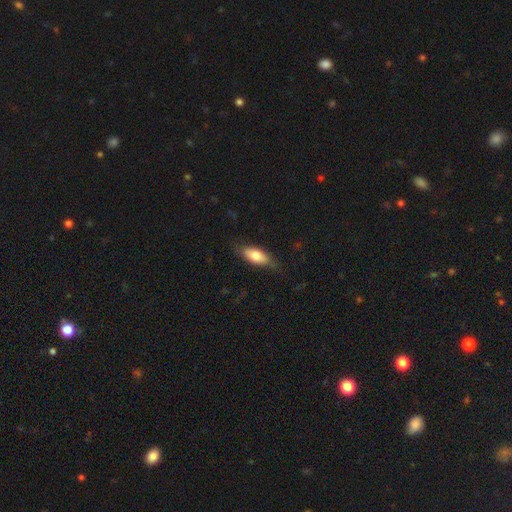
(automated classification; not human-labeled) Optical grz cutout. It shows a smooth galaxy with no disk features (72%) that is in between round and cigar-shaped (78%). Merging: none (76%).